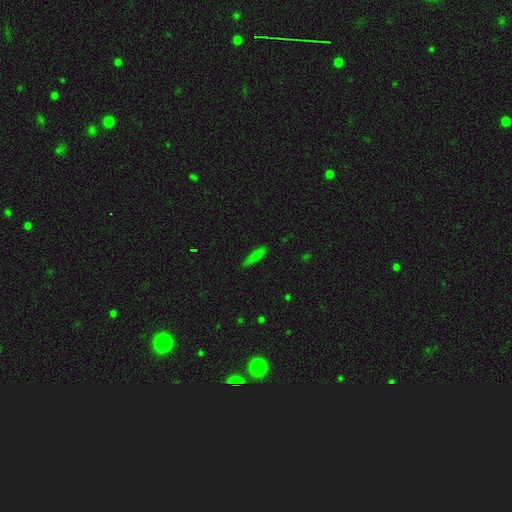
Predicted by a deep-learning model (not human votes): Smooth or featured? smooth (76%)
How rounded? cigar-shaped (80%)
Merging? none (82%)